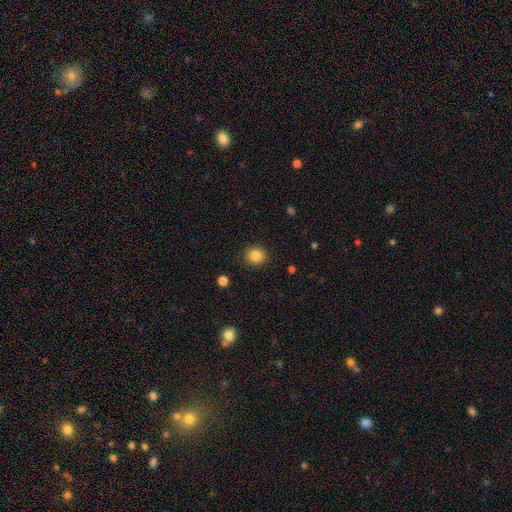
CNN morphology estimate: Smooth or featured? Predicted: smooth (p=0.84). How rounded? Predicted: round (p=0.86). Merging? Predicted: none (p=0.90).